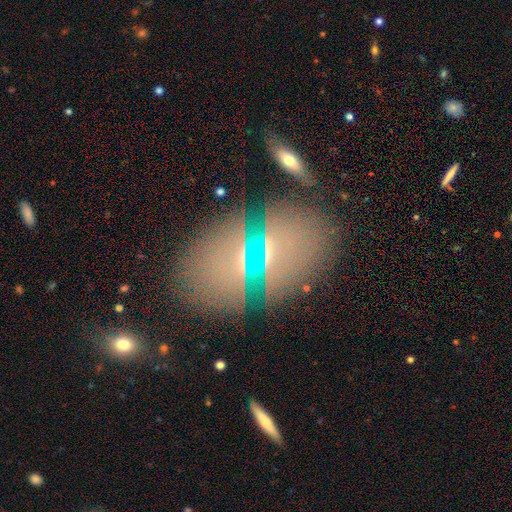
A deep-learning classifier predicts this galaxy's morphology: Q: Smooth or featured?
A: star or artifact (36%); runner-up: featured or disk (34%)